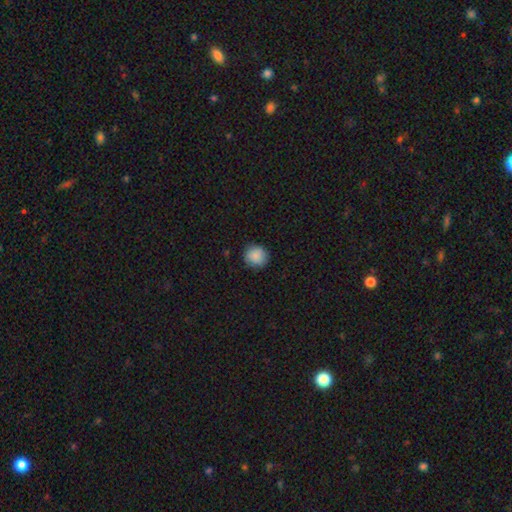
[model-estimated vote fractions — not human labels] Morphology: type=smooth (88%); roundness=round (89%); merging=none (85%).